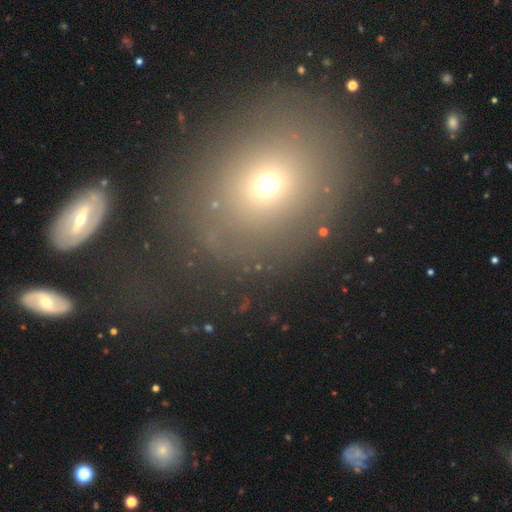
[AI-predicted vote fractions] Smooth or featured? smooth (62%)
How rounded? round (64%)
Merging? none (67%)